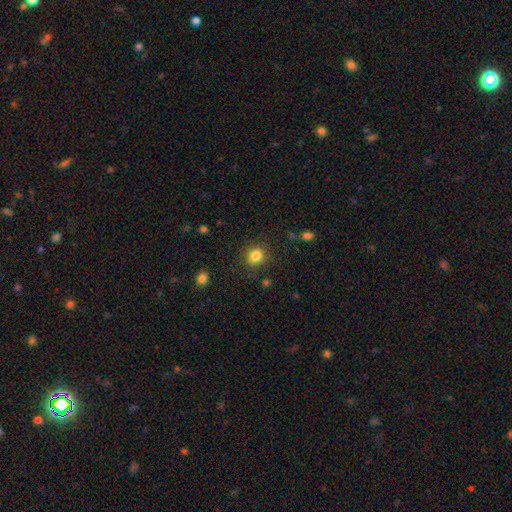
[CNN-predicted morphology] smooth_or_featured: smooth (p=0.83) [alt: star or artifact p=0.12]
how_rounded: round (p=0.80) [alt: in between p=0.19]
merging: none (p=0.85) [alt: minor disturbance p=0.10]